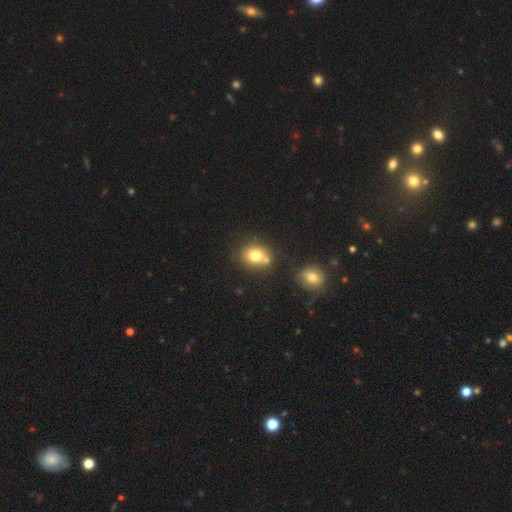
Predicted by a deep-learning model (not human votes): This is likely a smooth galaxy (77%). How rounded: likely round (70%). Merging: possibly none (59%).